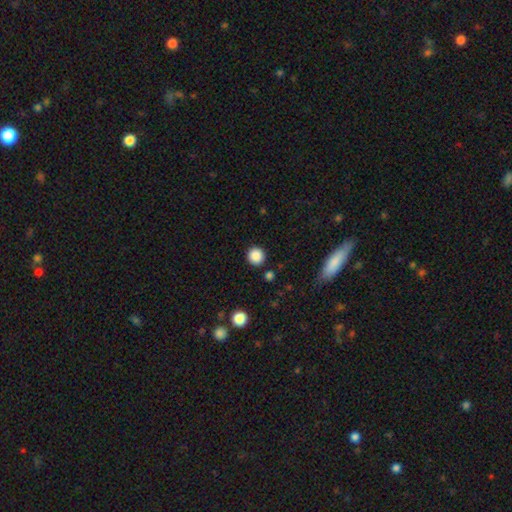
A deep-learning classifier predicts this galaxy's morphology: Smooth or featured?
  - smooth: 87% *
  - star or artifact: 10%
  - featured or disk: 3%
How rounded?
  - round: 94% *
  - in between: 5%
  - cigar-shaped: 1%
Merging?
  - none: 89% *
  - minor disturbance: 6%
  - major disturbance: 2%
  - merger: 2%